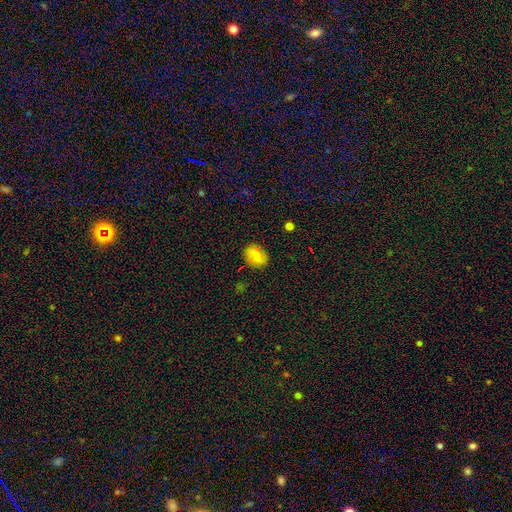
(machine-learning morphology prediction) Smooth or featured: smooth — 80% (featured or disk — 12%)
How rounded: in between — 59% (round — 39%)
Merging: none — 84% (minor disturbance — 12%)